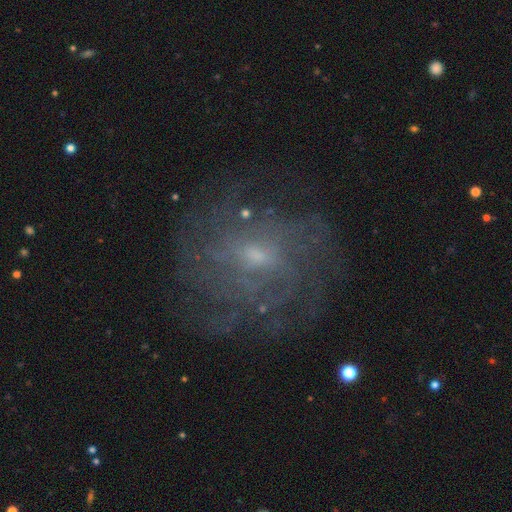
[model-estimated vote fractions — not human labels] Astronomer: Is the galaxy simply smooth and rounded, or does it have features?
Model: featured or disk — 70%.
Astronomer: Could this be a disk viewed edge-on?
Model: no — 97%.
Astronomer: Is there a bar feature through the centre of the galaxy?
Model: no — 53% (runner-up: weak, 40%).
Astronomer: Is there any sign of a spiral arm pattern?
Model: yes — 74%.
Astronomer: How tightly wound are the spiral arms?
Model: tight — 52% (runner-up: medium, 32%).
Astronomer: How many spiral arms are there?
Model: can't tell — 55%.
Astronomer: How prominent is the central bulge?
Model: small — 66%.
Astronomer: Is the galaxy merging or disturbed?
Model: none — 72%.